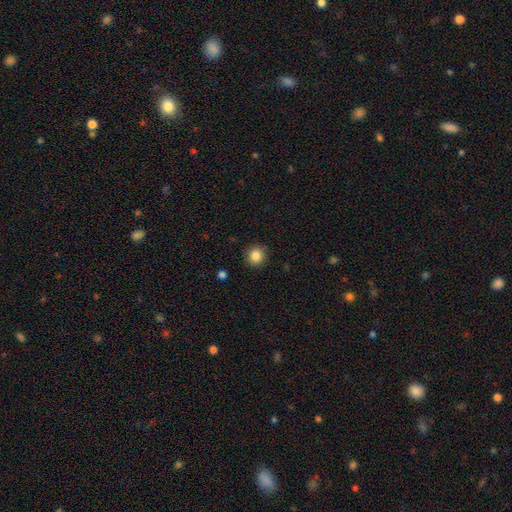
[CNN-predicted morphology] smooth_or_featured: smooth (p=0.86) [alt: star or artifact p=0.10]
how_rounded: round (p=0.89) [alt: in between p=0.10]
merging: none (p=0.89) [alt: minor disturbance p=0.07]